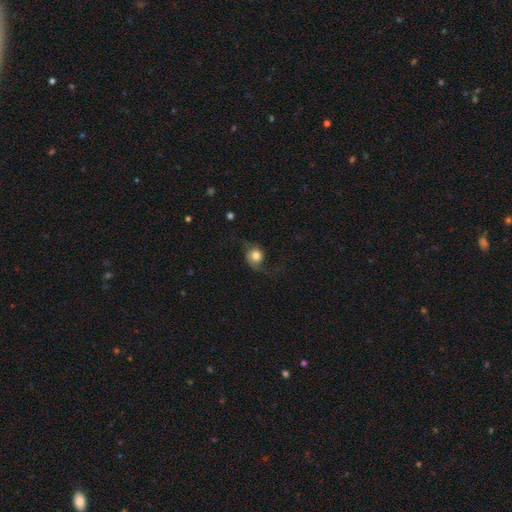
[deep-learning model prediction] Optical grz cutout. It shows a smooth galaxy with no disk features (57%) that is round (82%). Merging: none (54%).